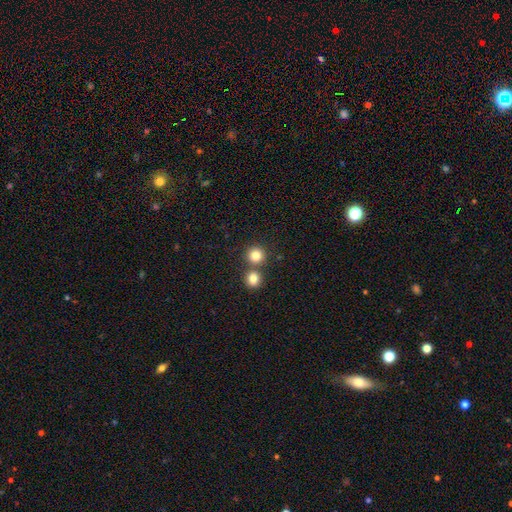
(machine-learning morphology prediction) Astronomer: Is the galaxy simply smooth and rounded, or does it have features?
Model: smooth — 82%.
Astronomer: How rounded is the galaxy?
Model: round — 92%.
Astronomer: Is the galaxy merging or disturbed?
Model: none — 69%.